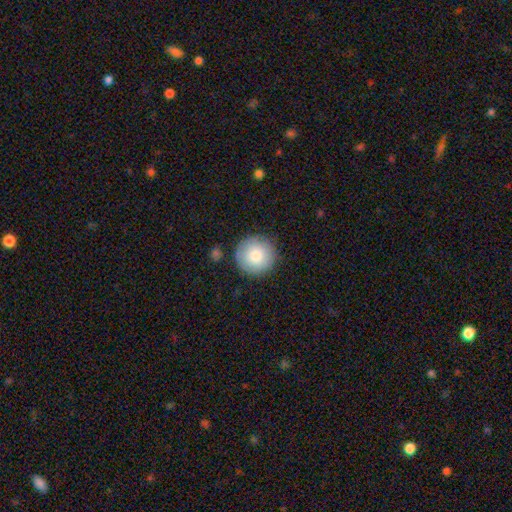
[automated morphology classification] Smooth or featured?
  - smooth: 81% *
  - featured or disk: 11%
  - star or artifact: 8%
How rounded?
  - round: 96% *
  - in between: 3%
  - cigar-shaped: 1%
Merging?
  - none: 86% *
  - minor disturbance: 9%
  - major disturbance: 2%
  - merger: 2%